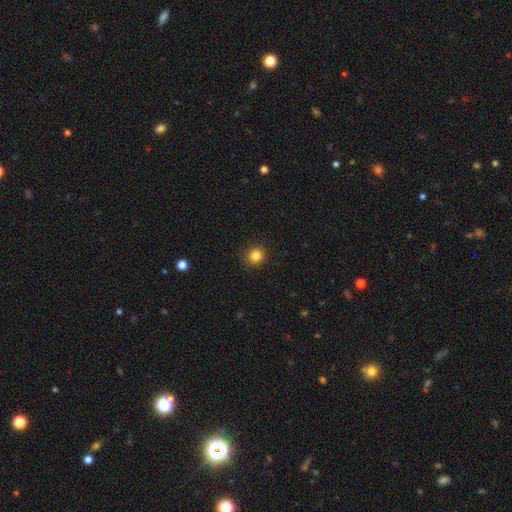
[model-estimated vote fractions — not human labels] smooth_or_featured: smooth (p=0.84) [alt: star or artifact p=0.12]
how_rounded: round (p=0.85) [alt: in between p=0.14]
merging: none (p=0.91) [alt: minor disturbance p=0.06]